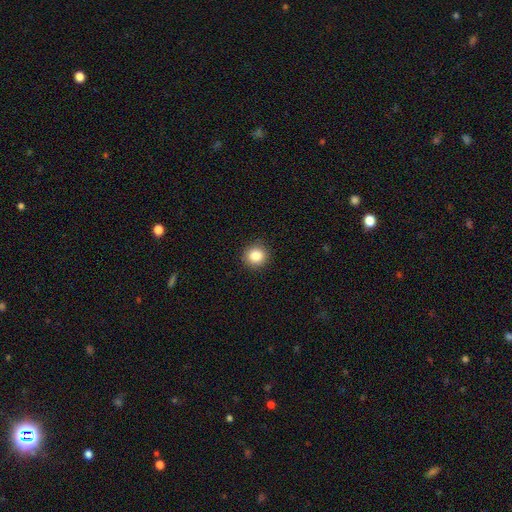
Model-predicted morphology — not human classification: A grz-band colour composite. It shows a smooth galaxy with no disk features (86%) that is round (92%). Merging: none (91%).